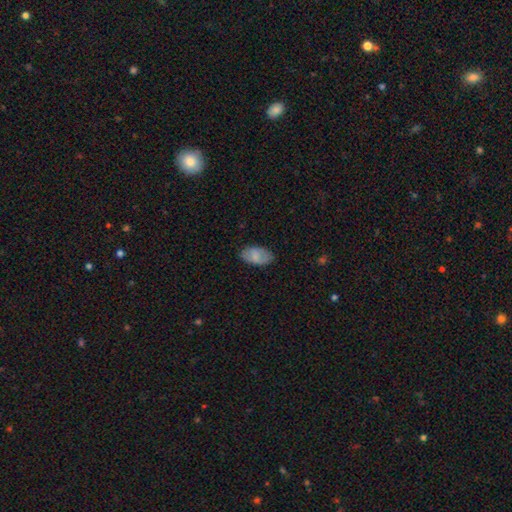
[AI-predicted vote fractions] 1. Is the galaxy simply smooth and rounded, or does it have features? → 74% smooth, 19% featured or disk, 7% star or artifact.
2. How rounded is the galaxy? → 94% in between, 4% round, 2% cigar-shaped.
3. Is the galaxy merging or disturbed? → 81% none, 14% minor disturbance, 3% major disturbance, 1% merger.